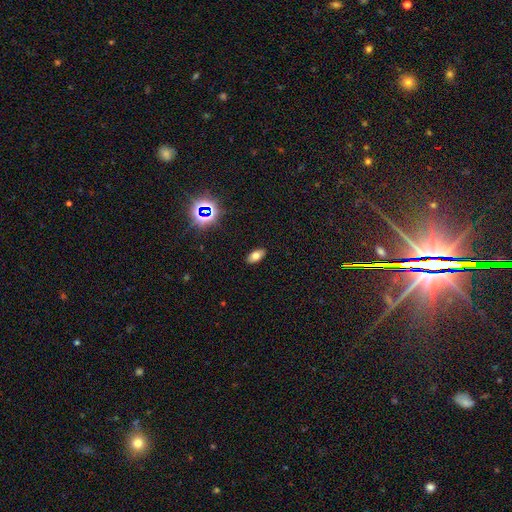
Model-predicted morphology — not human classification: Smooth or featured? smooth (71%)
How rounded? in between (90%)
Merging? none (89%)